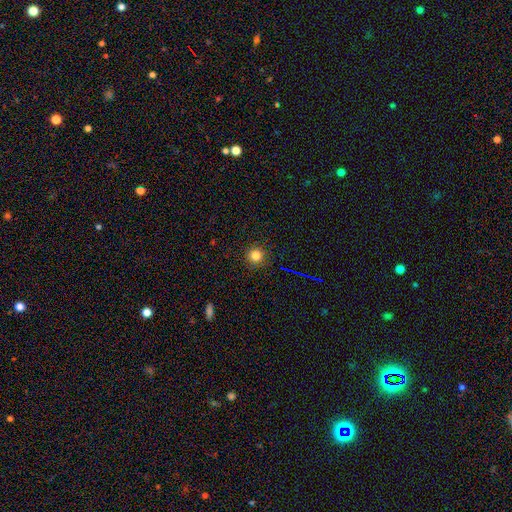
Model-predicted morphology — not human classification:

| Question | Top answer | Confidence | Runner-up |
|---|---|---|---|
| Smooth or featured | smooth | 80% | star or artifact (14%) |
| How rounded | round | 94% | in between (5%) |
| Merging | none | 91% | minor disturbance (6%) |